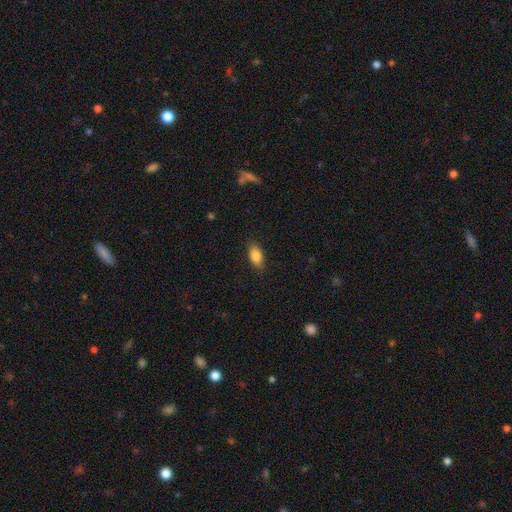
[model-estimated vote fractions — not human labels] Smooth or featured?
  - smooth: 83% *
  - featured or disk: 10%
  - star or artifact: 7%
How rounded?
  - in between: 88% *
  - cigar-shaped: 8%
  - round: 4%
Merging?
  - none: 85% *
  - minor disturbance: 12%
  - major disturbance: 3%
  - merger: 1%